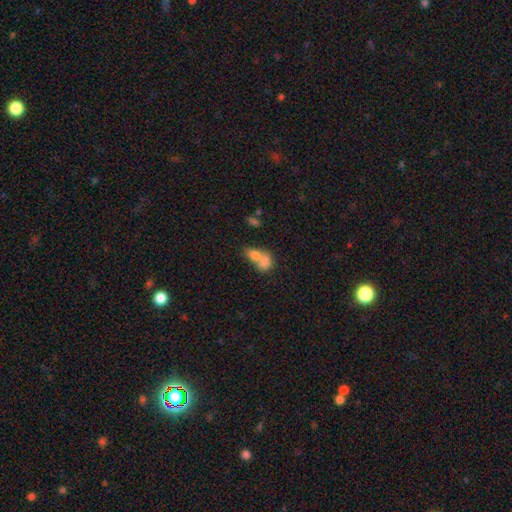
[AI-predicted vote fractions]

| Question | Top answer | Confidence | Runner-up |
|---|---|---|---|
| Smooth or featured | smooth | 76% | featured or disk (15%) |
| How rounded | in between | 67% | round (31%) |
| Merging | merger | 74% | none (17%) |